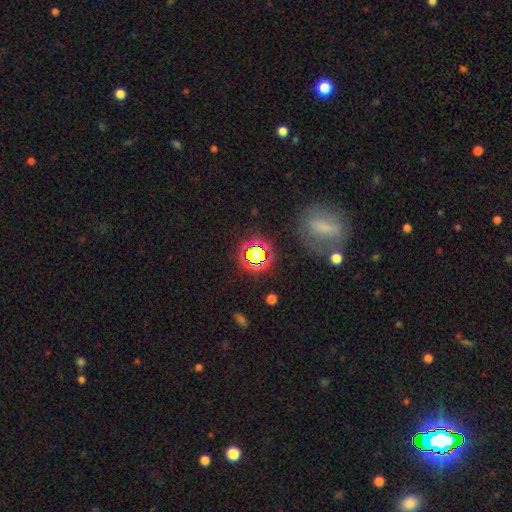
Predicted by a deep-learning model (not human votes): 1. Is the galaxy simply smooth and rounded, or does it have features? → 53% star or artifact, 35% smooth, 12% featured or disk.